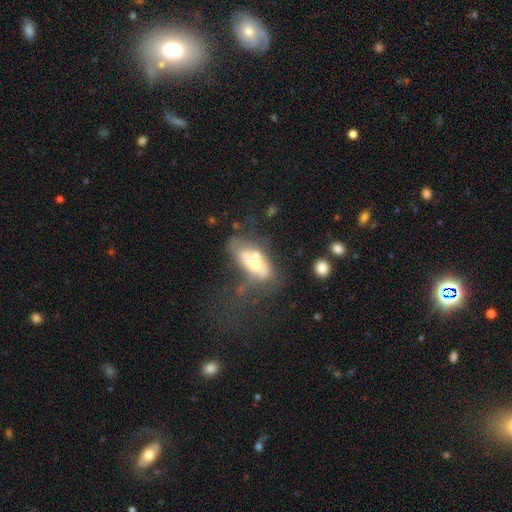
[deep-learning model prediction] Morphology: type=smooth (48%); merging=merger (33%).